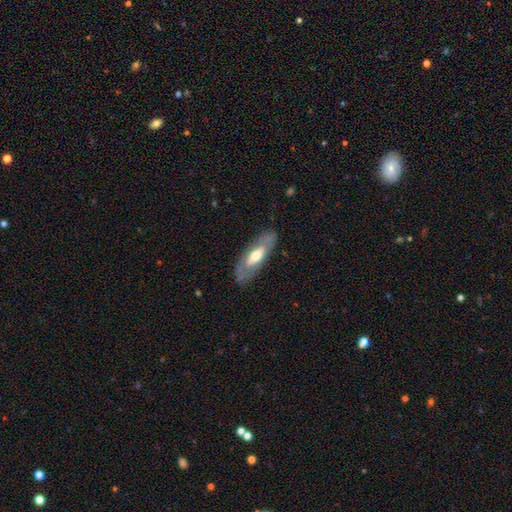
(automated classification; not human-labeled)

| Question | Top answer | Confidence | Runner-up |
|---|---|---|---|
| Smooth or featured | featured or disk | 55% | smooth (40%) |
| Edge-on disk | no | 72% | yes (28%) |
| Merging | none | 80% | minor disturbance (13%) |